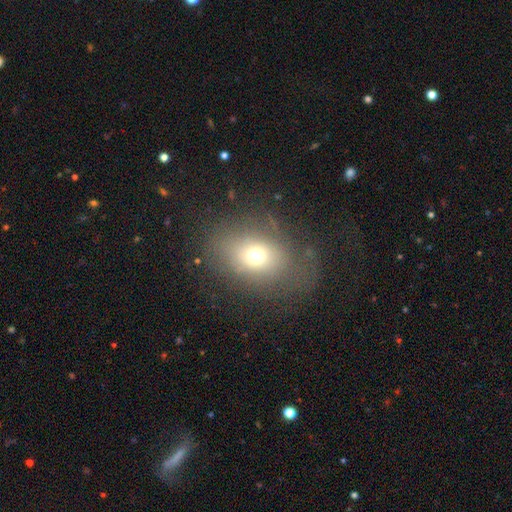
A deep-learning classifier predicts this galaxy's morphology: Smooth or featured? Predicted: smooth (p=0.64). How rounded? Predicted: in between (p=0.61). Merging? Predicted: none (p=0.62).